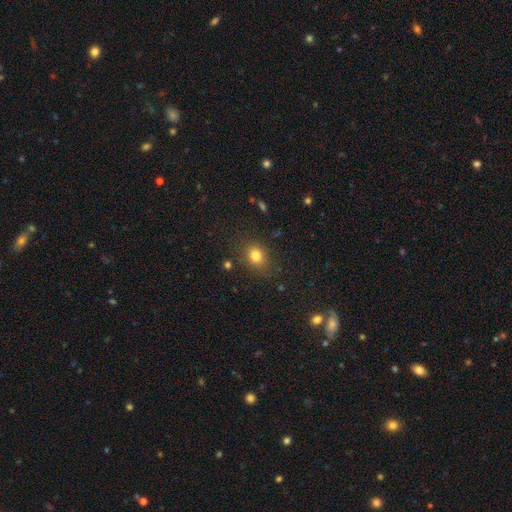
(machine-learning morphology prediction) A smooth galaxy with no disk features (79%) that is round (56%).

Vote fractions:
- Smooth or featured? smooth: 79% / star or artifact: 13% / featured or disk: 7%
- How rounded? round: 56% / in between: 43% / cigar-shaped: 1%
- Merging? none: 81% / minor disturbance: 13% / major disturbance: 4% / merger: 2%